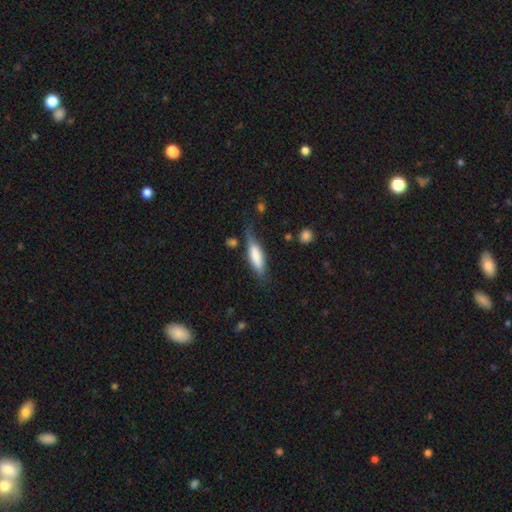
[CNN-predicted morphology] Smooth or featured? smooth (72%)
How rounded? cigar-shaped (49%, tied with in between)
Merging? none (54%)